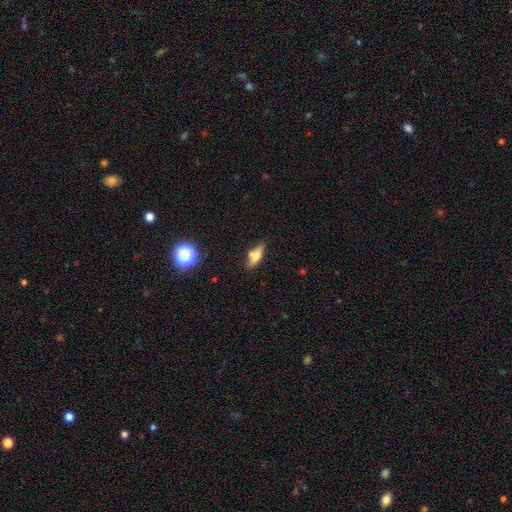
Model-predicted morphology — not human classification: smooth_or_featured: smooth (p=0.54) [alt: featured or disk p=0.36]
how_rounded: in between (p=0.49) [alt: cigar-shaped p=0.47]
merging: none (p=0.66) [alt: minor disturbance p=0.17]